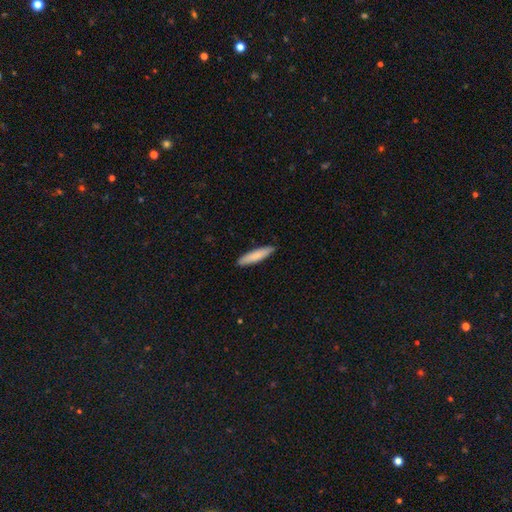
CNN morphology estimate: smooth_or_featured: smooth (p=0.83) [alt: featured or disk p=0.12]
how_rounded: cigar-shaped (p=0.82) [alt: in between p=0.16]
merging: none (p=0.89) [alt: minor disturbance p=0.08]